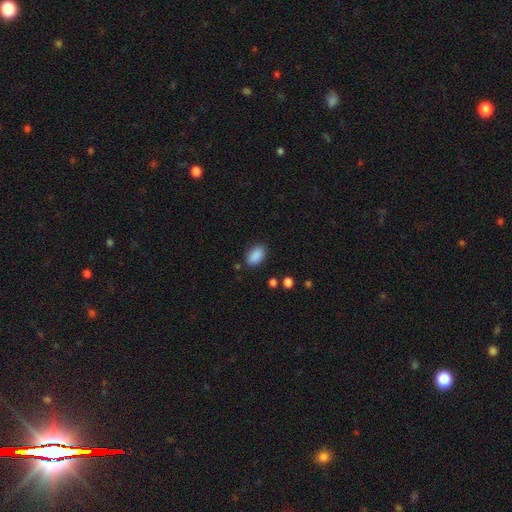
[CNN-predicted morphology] This appears to be a smooth galaxy with no disk features (89%) that is in between round and cigar-shaped (90%). Merging: none (84%).